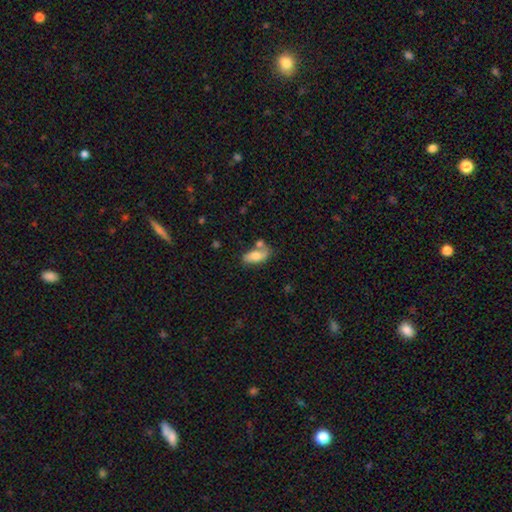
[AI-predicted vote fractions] Smooth or featured: smooth — 69% (featured or disk — 24%)
How rounded: in between — 83% (cigar-shaped — 14%)
Merging: none — 52% (merger — 23%)